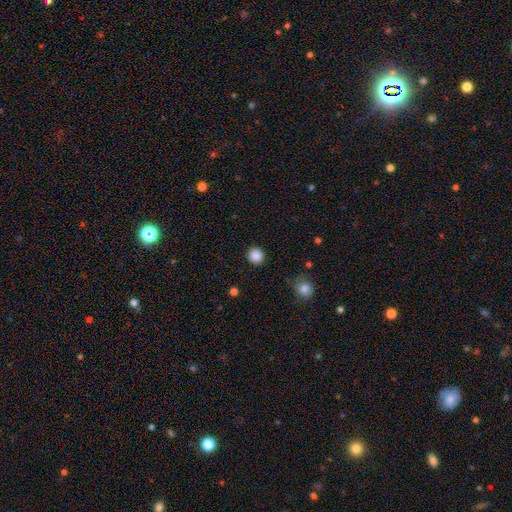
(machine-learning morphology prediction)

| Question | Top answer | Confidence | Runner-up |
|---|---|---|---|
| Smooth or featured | smooth | 87% | star or artifact (10%) |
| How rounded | round | 93% | in between (6%) |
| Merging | none | 90% | minor disturbance (6%) |